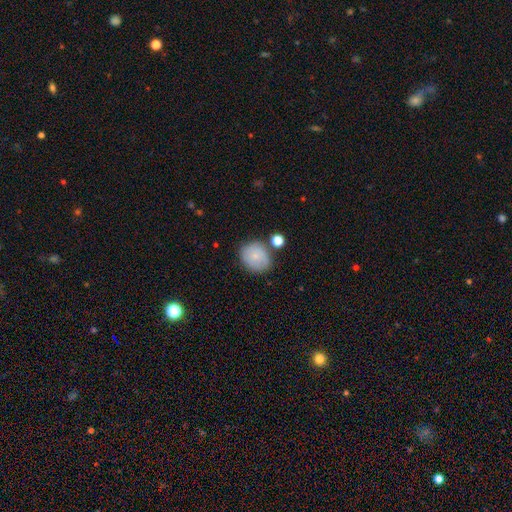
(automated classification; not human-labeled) This is likely a smooth galaxy (78%). How rounded: likely round (74%). Merging: likely none (68%).